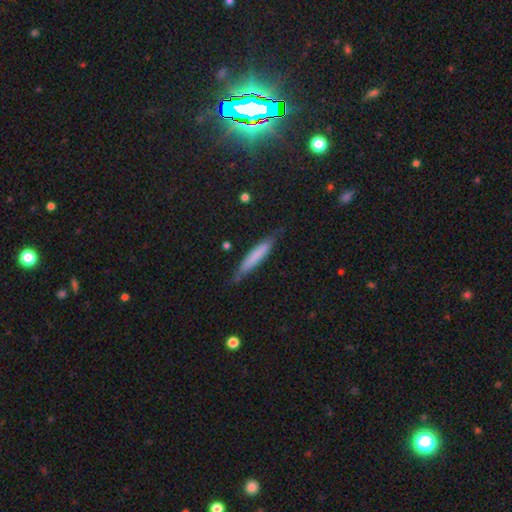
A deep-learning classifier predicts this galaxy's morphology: Smooth or featured?
  - smooth: 68% *
  - featured or disk: 25%
  - star or artifact: 7%
How rounded?
  - cigar-shaped: 91% *
  - in between: 7%
  - round: 1%
Merging?
  - none: 76% *
  - minor disturbance: 19%
  - major disturbance: 3%
  - merger: 2%